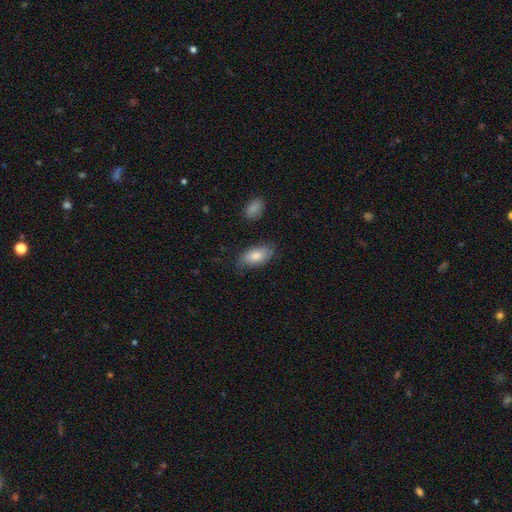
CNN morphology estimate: A smooth galaxy with no disk features (78%) that is in between round and cigar-shaped (92%). Merging: none (71%).